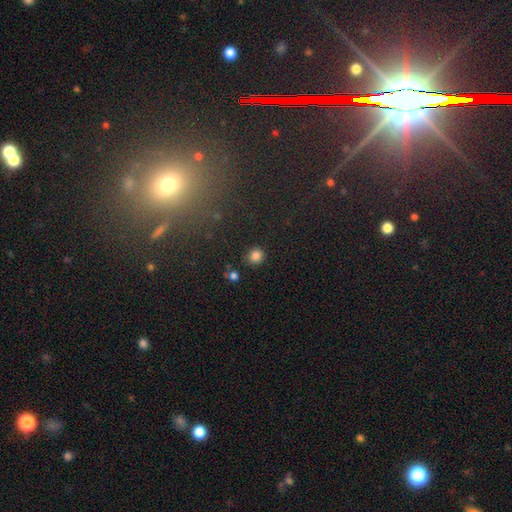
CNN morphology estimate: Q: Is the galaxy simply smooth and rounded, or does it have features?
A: smooth — 82%.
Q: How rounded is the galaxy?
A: round — 90%.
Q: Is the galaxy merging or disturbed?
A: none — 88%.